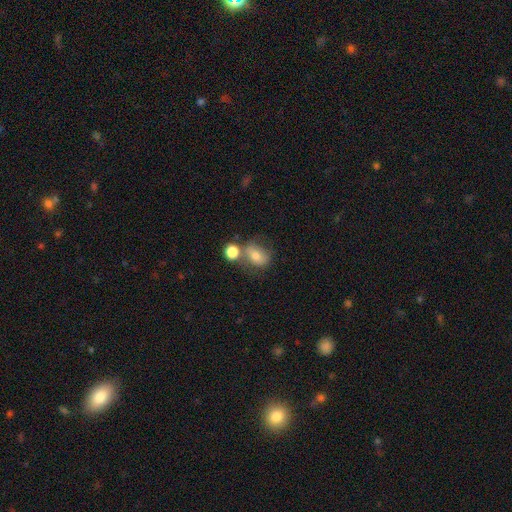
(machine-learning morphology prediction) Overall: smooth (65%). How rounded: in between (56%; round 43%). Merging: none (48%; merger 28%).